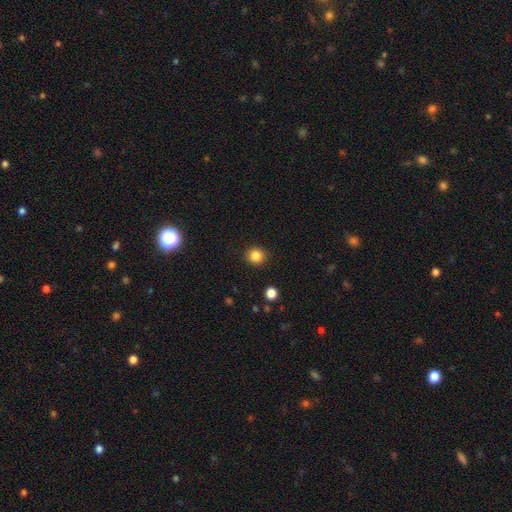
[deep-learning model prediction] Morphology: type=smooth (85%); roundness=round (92%); merging=none (91%).